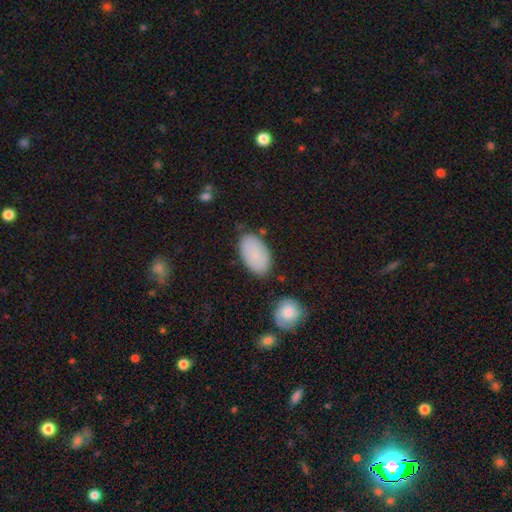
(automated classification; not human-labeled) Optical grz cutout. It shows a smooth galaxy with no disk features (84%) that is in between round and cigar-shaped (95%). Merging: none (76%).